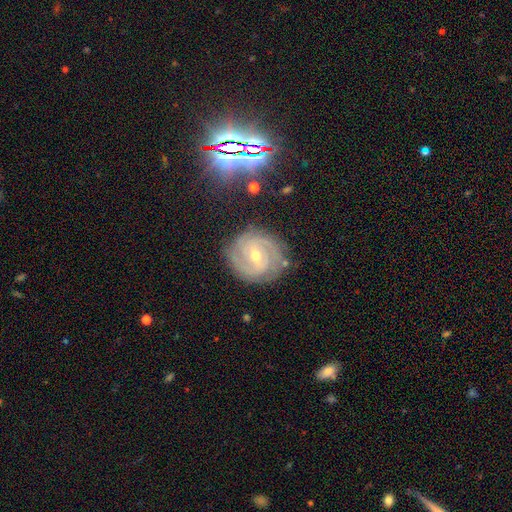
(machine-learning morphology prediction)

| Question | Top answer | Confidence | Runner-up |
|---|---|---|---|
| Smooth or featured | featured or disk | 85% | smooth (8%) |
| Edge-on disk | no | 97% | yes (3%) |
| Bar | weak | 52% | strong (26%) |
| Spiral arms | yes | 96% | no (4%) |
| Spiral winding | tight | 64% | medium (31%) |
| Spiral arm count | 2 | 51% | 3 (21%) |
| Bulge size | moderate | 53% | small (44%) |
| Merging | none | 80% | minor disturbance (14%) |